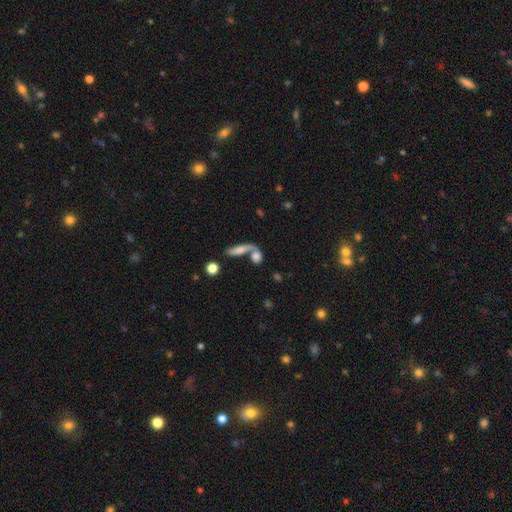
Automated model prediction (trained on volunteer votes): Smooth or featured? Predicted: smooth (p=0.68). How rounded? Predicted: in between (p=0.52). Merging? Predicted: merger (p=0.48).